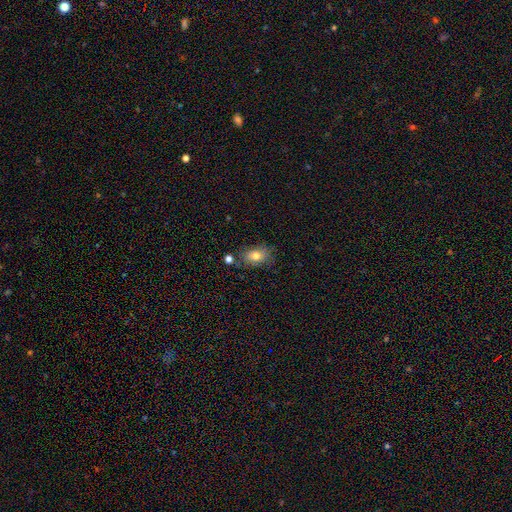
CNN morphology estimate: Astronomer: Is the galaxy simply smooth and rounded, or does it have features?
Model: smooth — 78%.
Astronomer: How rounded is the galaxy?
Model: in between — 77%.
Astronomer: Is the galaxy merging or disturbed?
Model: none — 70%.